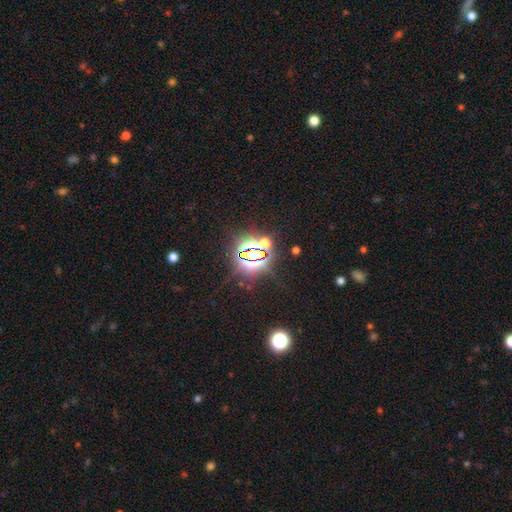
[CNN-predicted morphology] The model was most divided on "smooth or featured": star or artifact: 80%, smooth: 12%, featured or disk: 8%.